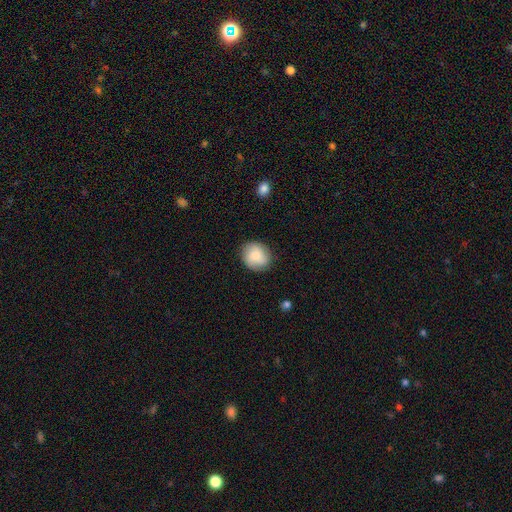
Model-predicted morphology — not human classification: The model was most divided on "smooth or featured": smooth: 68%, featured or disk: 24%, star or artifact: 7%. More confident: merging — none (84%); how rounded — round (78%).